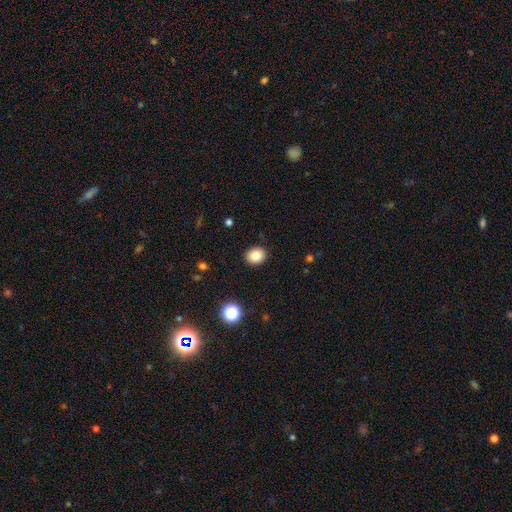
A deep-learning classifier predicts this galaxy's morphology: Smooth or featured? Predicted: smooth (p=0.85). How rounded? Predicted: round (p=0.56). Merging? Predicted: none (p=0.90).